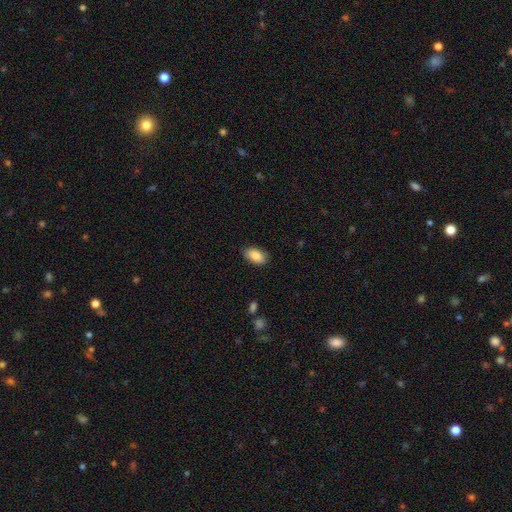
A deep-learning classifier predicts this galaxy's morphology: Overall: smooth (87%). How rounded: in between (93%). Merging: none (84%).